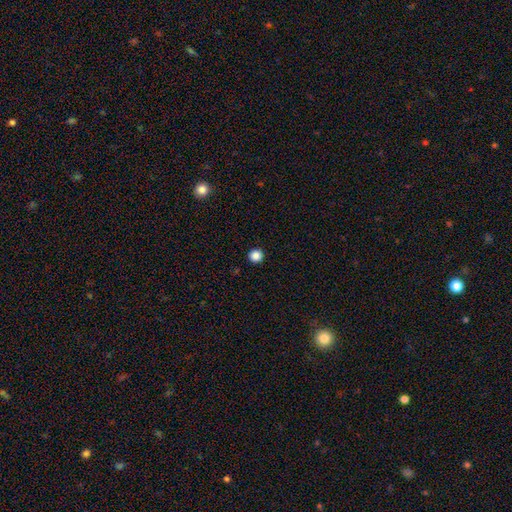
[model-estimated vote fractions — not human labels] smooth_or_featured: smooth (p=0.87) [alt: star or artifact p=0.11]
how_rounded: round (p=0.96) [alt: in between p=0.03]
merging: none (p=0.94) [alt: minor disturbance p=0.04]